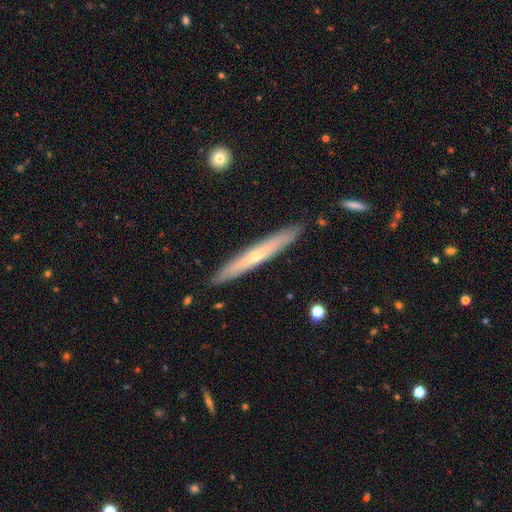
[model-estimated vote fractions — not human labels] smooth-or-featured: featured or disk: 58% | smooth: 36% | star or artifact: 6%
  disk-edge-on: yes: 92% | no: 8%
    edge-on-bulge: rounded: 62% | none: 36% | boxy: 2%
  merging: none: 90% | minor disturbance: 7% | major disturbance: 1% | merger: 1%